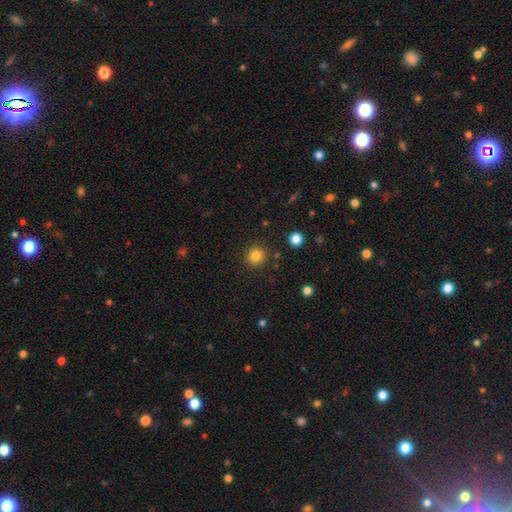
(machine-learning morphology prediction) smooth-or-featured: smooth: 83% | star or artifact: 12% | featured or disk: 5%
  how-rounded: round: 92% | in between: 7% | cigar-shaped: 1%
  merging: none: 90% | minor disturbance: 6% | major disturbance: 2% | merger: 2%